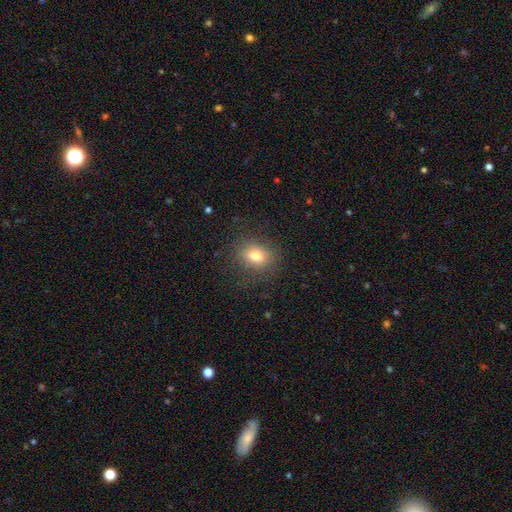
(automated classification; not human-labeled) Smooth or featured: smooth — 76% (star or artifact — 13%)
How rounded: round — 51% (in between — 48%)
Merging: none — 81% (minor disturbance — 12%)